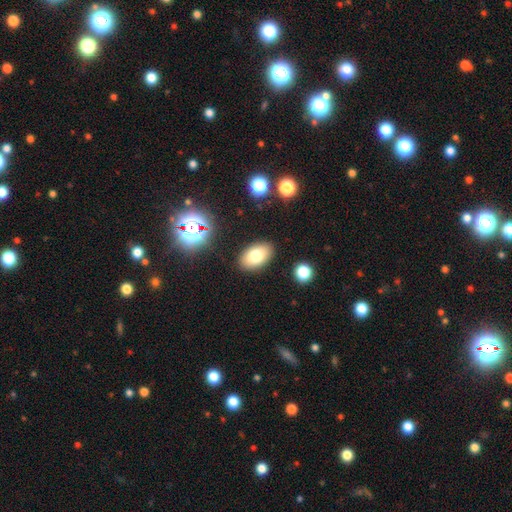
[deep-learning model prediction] Overall: smooth (76%). How rounded: in between (90%). Merging: none (87%).